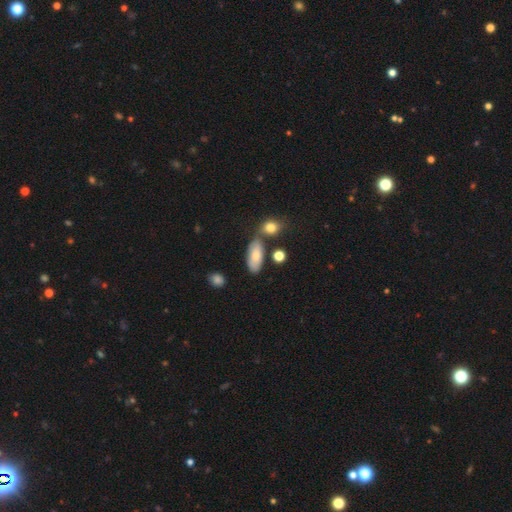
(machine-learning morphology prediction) A smooth galaxy with no disk features (74%) that is in between round and cigar-shaped (86%).

Vote fractions:
- Smooth or featured? smooth: 74% / featured or disk: 19% / star or artifact: 7%
- How rounded? in between: 86% / cigar-shaped: 10% / round: 3%
- Merging? none: 64% / minor disturbance: 17% / merger: 15% / major disturbance: 4%